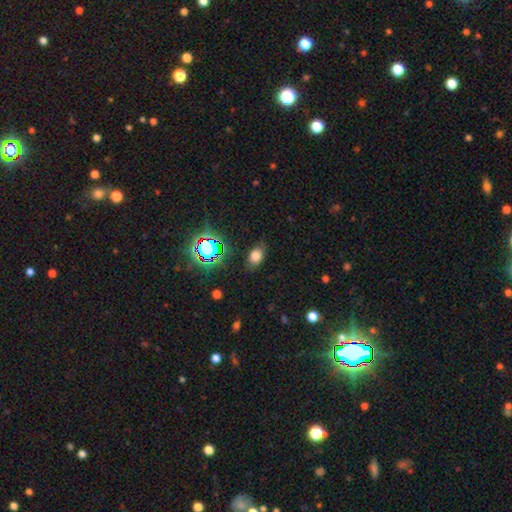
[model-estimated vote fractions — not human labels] Smooth or featured? Predicted: smooth (p=0.72). How rounded? Predicted: in between (p=0.79). Merging? Predicted: none (p=0.79).